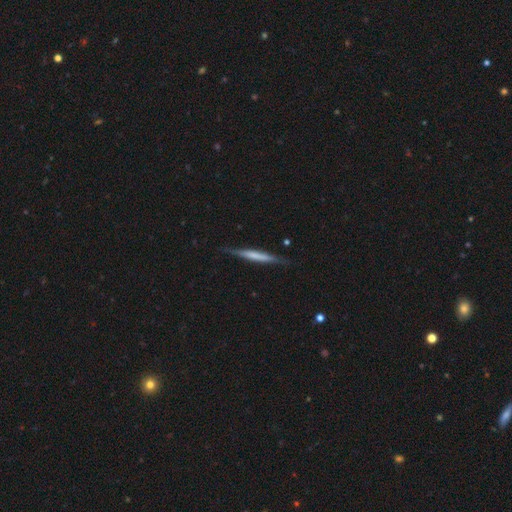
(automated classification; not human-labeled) featured or disk 50%, smooth 45%, star or artifact 5%. Down the decision tree: merging — none (85%).